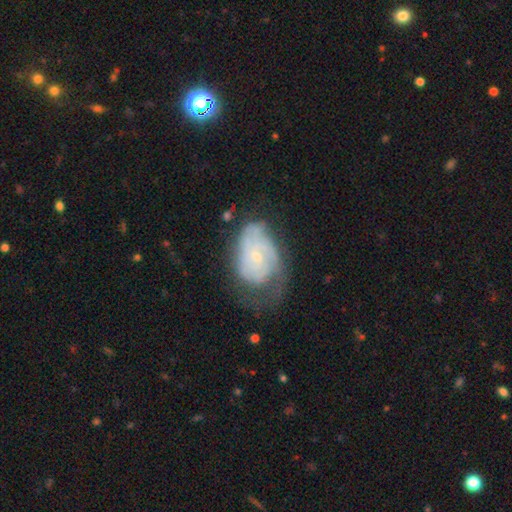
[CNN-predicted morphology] featured or disk 70%, smooth 23%, star or artifact 7%. Down the decision tree: edge-on disk — no (96%); bar — no (77%); spiral arms — yes (83%); spiral arm count — can't tell (48%); spiral winding — tight (59%); bulge size — small (73%); merging — none (39%).